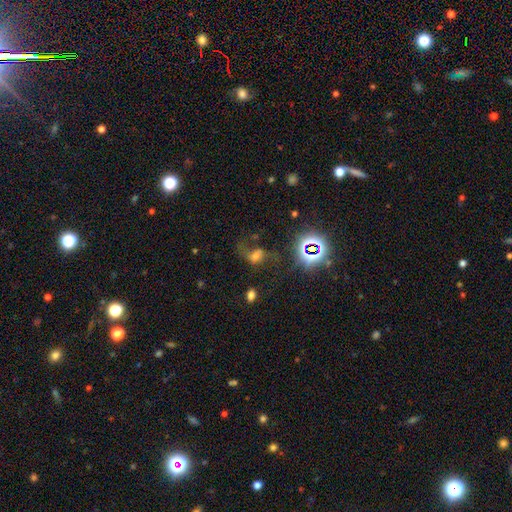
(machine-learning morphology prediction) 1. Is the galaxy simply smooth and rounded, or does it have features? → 37% featured or disk, 32% smooth, 31% star or artifact.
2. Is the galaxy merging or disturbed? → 40% none, 34% major disturbance, 18% minor disturbance, 7% merger.